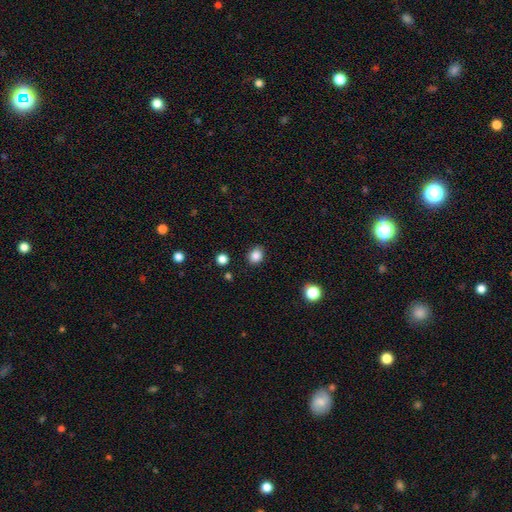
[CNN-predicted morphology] type=smooth (85%); roundness=round (57%); merging=none (87%).